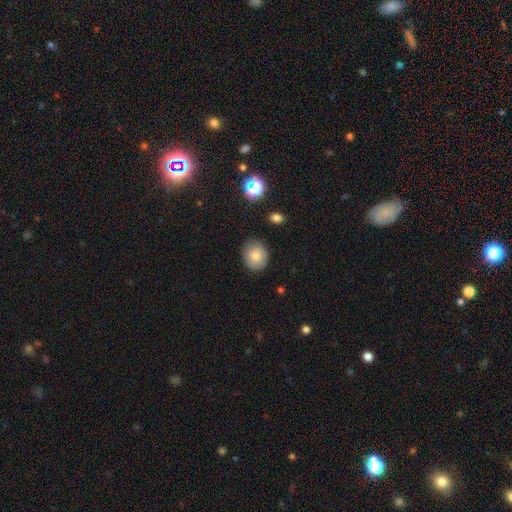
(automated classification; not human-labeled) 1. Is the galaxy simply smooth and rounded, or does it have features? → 81% smooth, 11% featured or disk, 9% star or artifact.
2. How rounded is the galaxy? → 70% round, 29% in between, 1% cigar-shaped.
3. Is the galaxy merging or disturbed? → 84% none, 12% minor disturbance, 3% major disturbance, 1% merger.